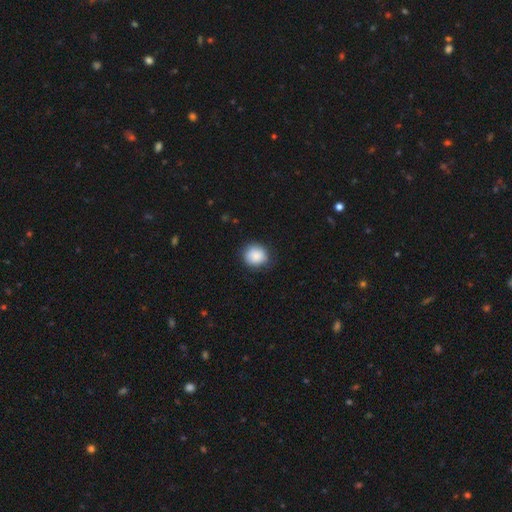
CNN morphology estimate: smooth_or_featured: smooth (p=0.87) [alt: star or artifact p=0.08]
how_rounded: round (p=0.87) [alt: in between p=0.12]
merging: none (p=0.78) [alt: minor disturbance p=0.17]